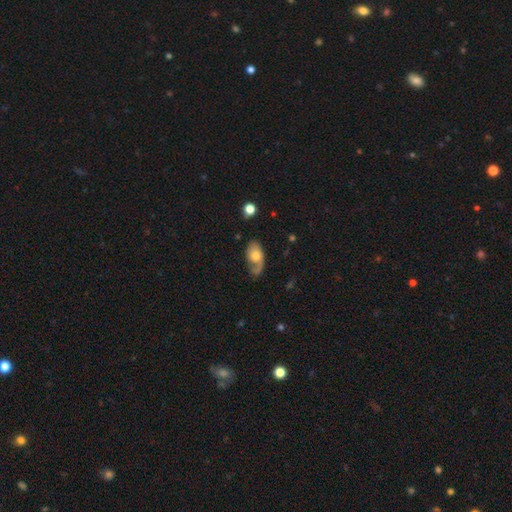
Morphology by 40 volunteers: featured or disk 55%, smooth 45%, star or artifact 0%. Down the decision tree: edge-on disk — no (82%); bar — no (78%); spiral arms — yes (78%); spiral arm count — 1 (79%); spiral winding — tight (43%); bulge size — moderate (50%); merging — none (40%).